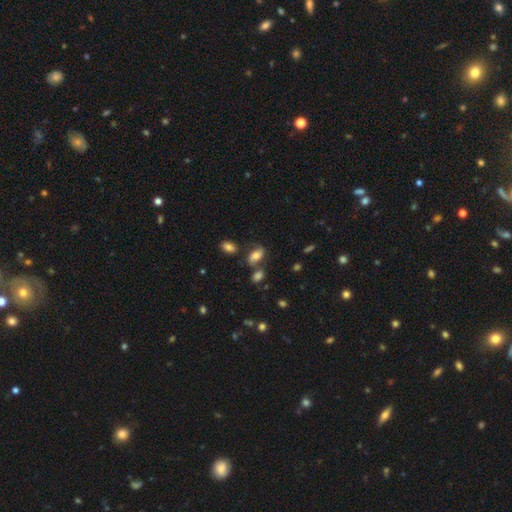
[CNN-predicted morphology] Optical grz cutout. It shows a smooth galaxy with no disk features (58%) that is in between round and cigar-shaped (86%). Merging: none (57%).